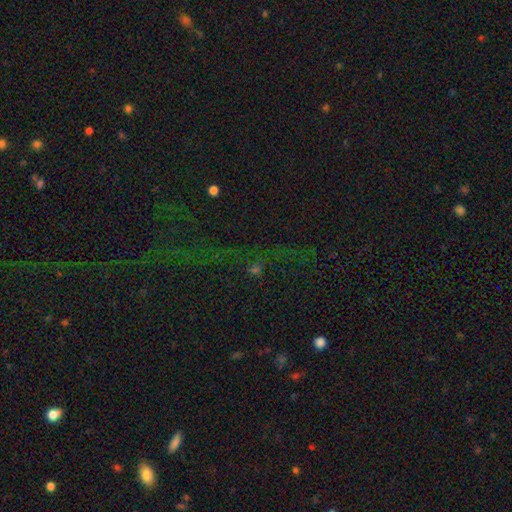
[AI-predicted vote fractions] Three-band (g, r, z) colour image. It shows a star or artifact, not a galaxy (70%).